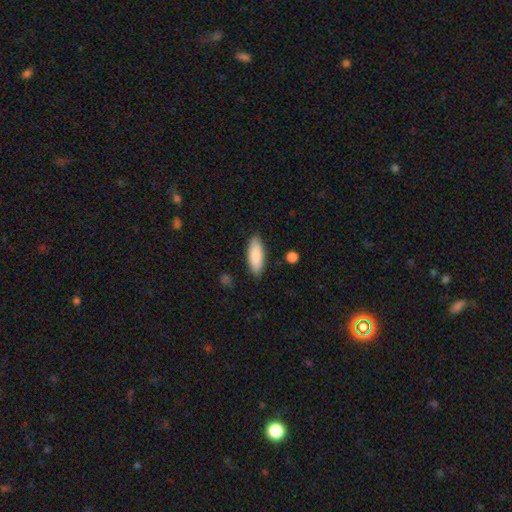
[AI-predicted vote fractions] This is clearly a smooth galaxy (87%). How rounded: likely in between (70%). Merging: clearly none (87%).